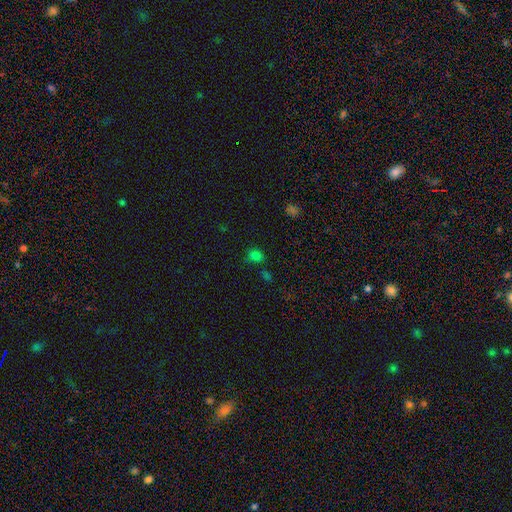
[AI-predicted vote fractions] A smooth galaxy with no disk features (71%) that is round (52%).

Vote fractions:
- Smooth or featured? smooth: 71% / star or artifact: 24% / featured or disk: 5%
- How rounded? round: 52% / in between: 46% / cigar-shaped: 1%
- Merging? none: 70% / minor disturbance: 16% / merger: 9% / major disturbance: 5%